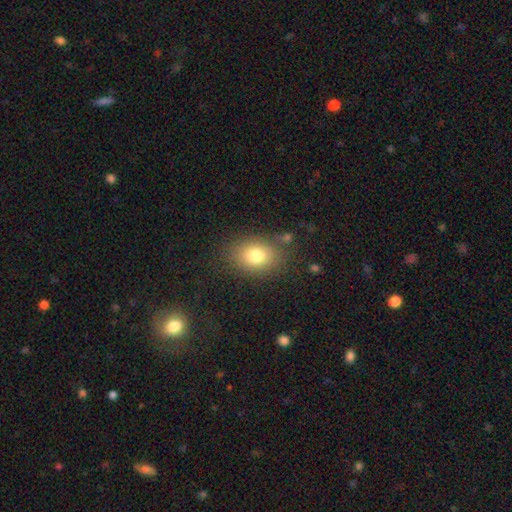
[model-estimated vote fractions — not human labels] Morphology: type=smooth (78%); roundness=in between (67%); merging=none (78%).